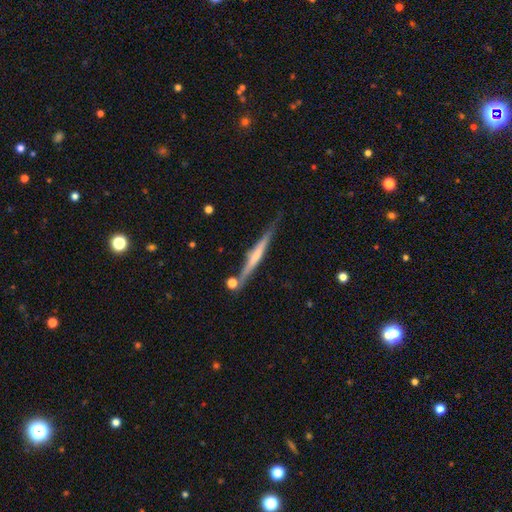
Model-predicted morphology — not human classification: featured or disk 61%, smooth 33%, star or artifact 6%. Down the decision tree: edge-on disk — yes (96%); edge-on bulge — none (51%); merging — none (74%).